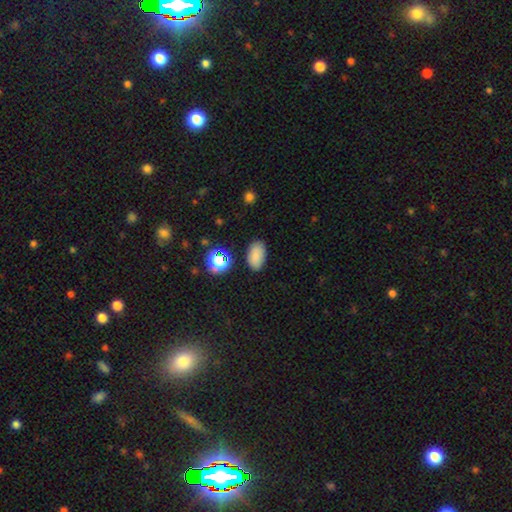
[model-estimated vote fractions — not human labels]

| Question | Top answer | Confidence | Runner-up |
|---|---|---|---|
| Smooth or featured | smooth | 82% | star or artifact (12%) |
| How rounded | in between | 92% | round (7%) |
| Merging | none | 84% | minor disturbance (11%) |